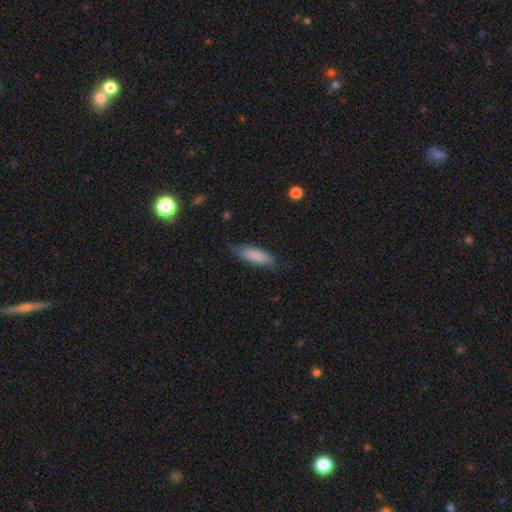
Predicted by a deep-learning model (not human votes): Morphology: type=smooth (84%); roundness=in between (59%); merging=none (69%).